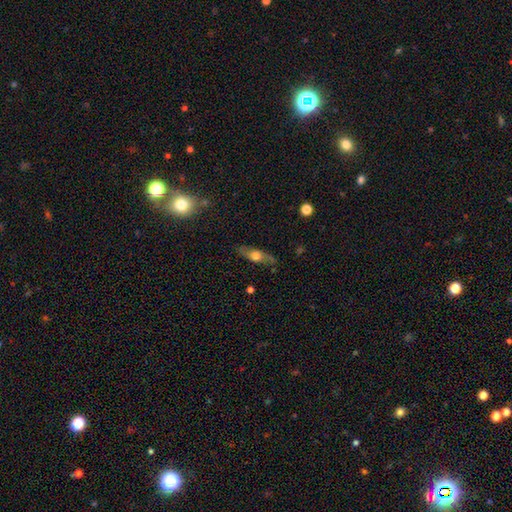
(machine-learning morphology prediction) type=featured or disk (49%); merging=none (81%).